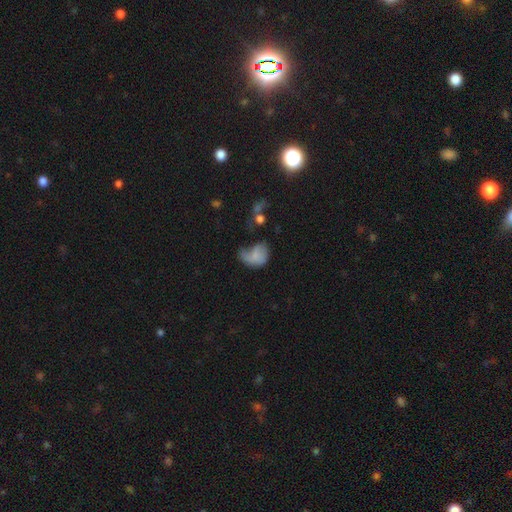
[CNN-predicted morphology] Overall: smooth (60%; featured or disk 29%). How rounded: in between (68%; round 30%). Merging: major disturbance (42%; minor disturbance 26%).